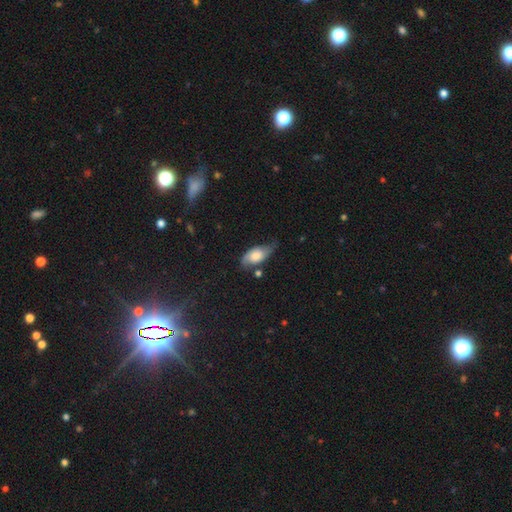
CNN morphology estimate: Smooth or featured: featured or disk — 47% (smooth — 45%)
Merging: none — 49% (minor disturbance — 34%)